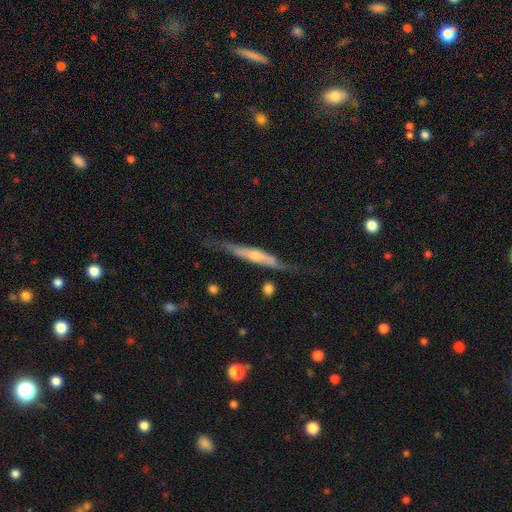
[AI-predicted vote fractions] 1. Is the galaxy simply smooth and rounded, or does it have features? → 68% featured or disk, 27% smooth, 6% star or artifact.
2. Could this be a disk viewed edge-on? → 88% yes, 12% no.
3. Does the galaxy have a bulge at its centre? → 67% rounded, 24% none, 9% boxy.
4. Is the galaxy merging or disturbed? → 63% none, 24% minor disturbance, 9% major disturbance, 4% merger.